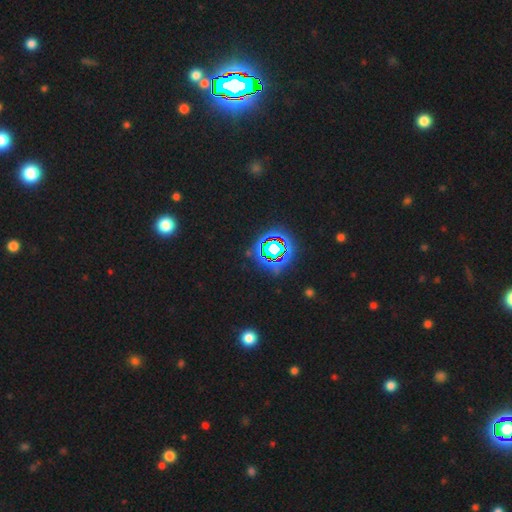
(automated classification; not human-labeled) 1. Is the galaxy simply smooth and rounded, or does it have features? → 78% star or artifact, 13% smooth, 9% featured or disk.